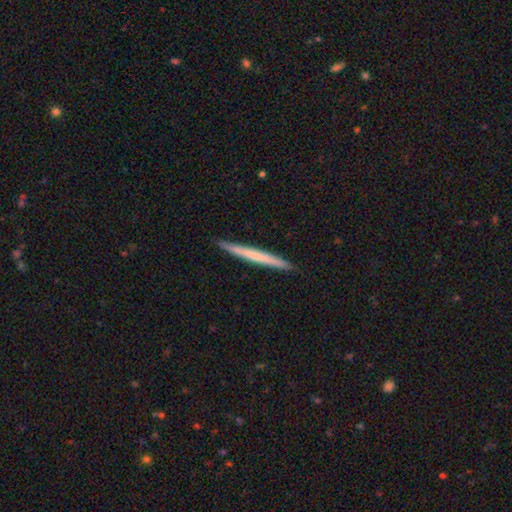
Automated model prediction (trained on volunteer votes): Smooth or featured: smooth — 54% (featured or disk — 41%)
How rounded: cigar-shaped — 97% (in between — 2%)
Merging: none — 92% (minor disturbance — 6%)